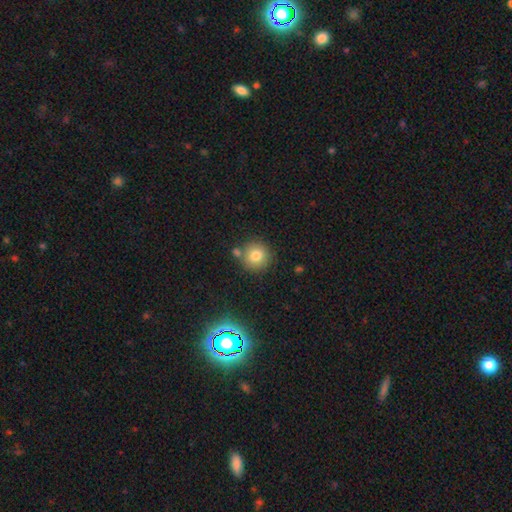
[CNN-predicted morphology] type=smooth (78%); roundness=round (93%); merging=none (75%).